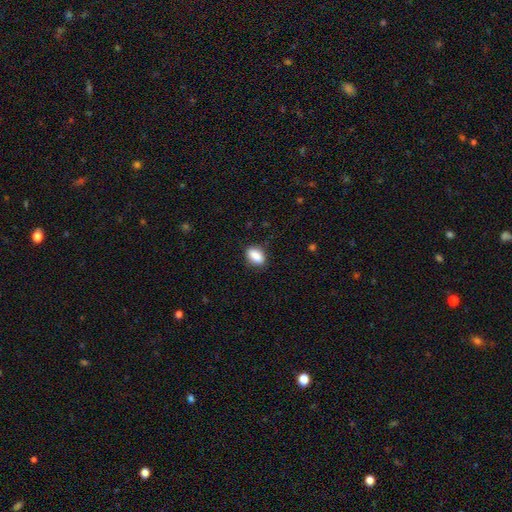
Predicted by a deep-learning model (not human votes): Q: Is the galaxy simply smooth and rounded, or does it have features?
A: smooth — 88%.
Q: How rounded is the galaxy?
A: in between — 87%.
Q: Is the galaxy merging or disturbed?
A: none — 83%.